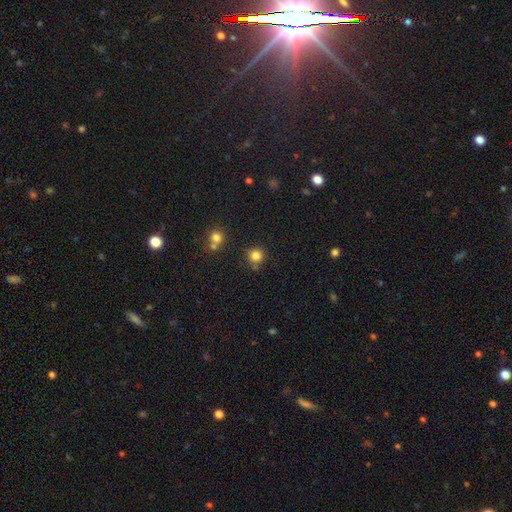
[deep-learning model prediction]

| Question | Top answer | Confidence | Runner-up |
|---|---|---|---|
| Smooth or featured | smooth | 82% | star or artifact (13%) |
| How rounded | round | 92% | in between (7%) |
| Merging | none | 78% | minor disturbance (11%) |